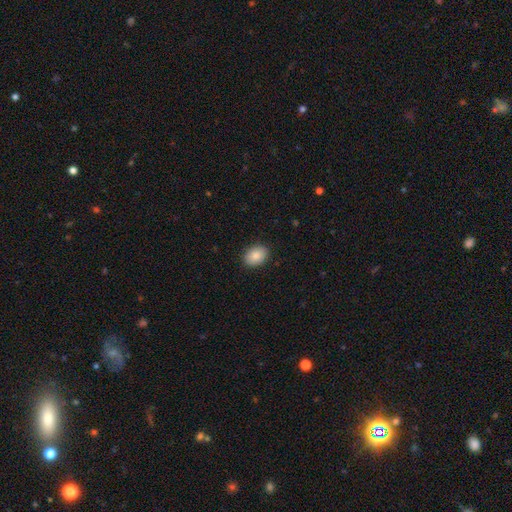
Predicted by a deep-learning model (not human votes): Smooth or featured? Predicted: smooth (p=0.88). How rounded? Predicted: in between (p=0.74). Merging? Predicted: none (p=0.89).